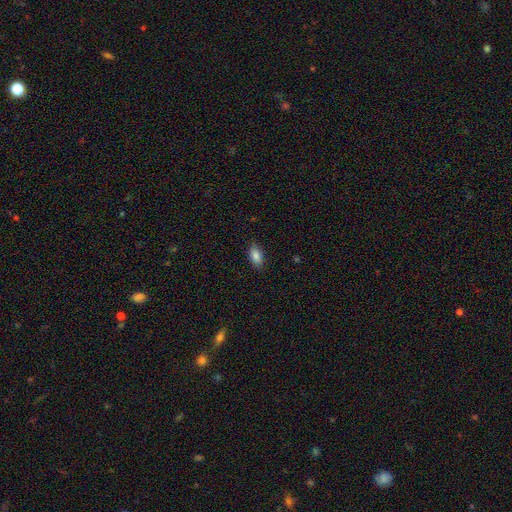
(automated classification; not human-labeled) A smooth galaxy with no disk features (87%) that is in between round and cigar-shaped (90%). Merging: none (85%).